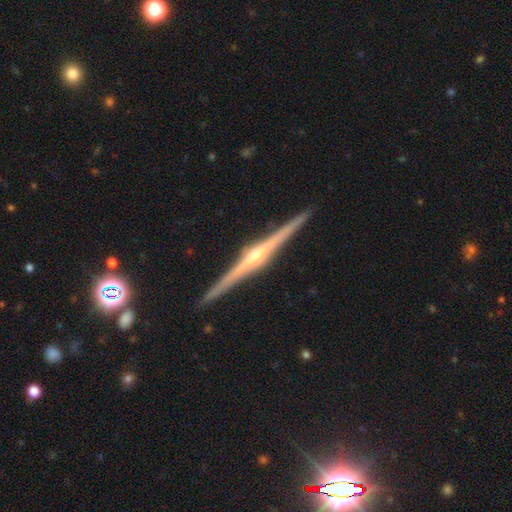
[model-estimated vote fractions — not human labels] This appears to be a featured or disk galaxy (90%) viewed edge-on (99%) with a rounded central bulge (86%). Merging: none (93%).